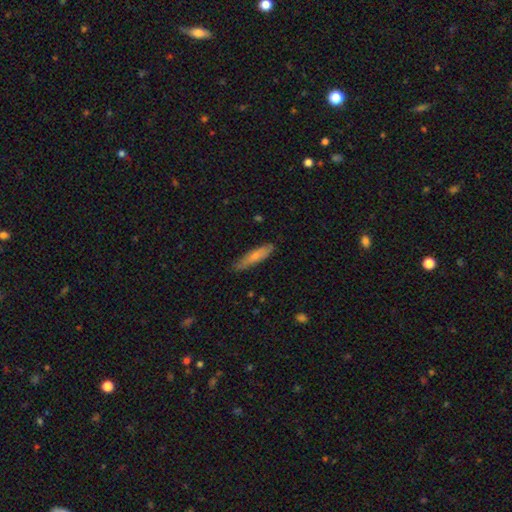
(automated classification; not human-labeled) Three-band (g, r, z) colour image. It shows a smooth galaxy with no disk features (70%) that is cigar-shaped (76%). Merging: none (78%).